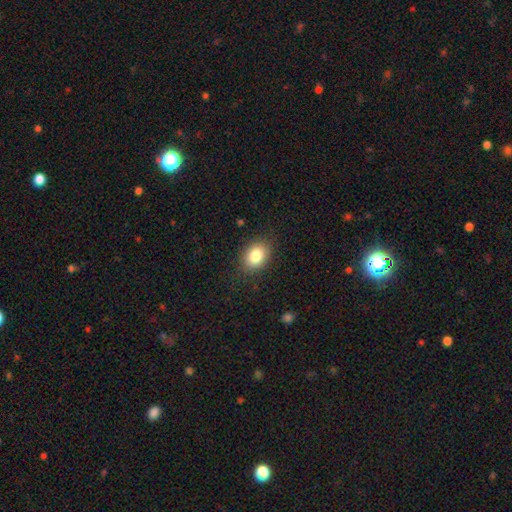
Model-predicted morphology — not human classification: smooth-or-featured: smooth: 83% | star or artifact: 9% | featured or disk: 8%
  how-rounded: in between: 72% | round: 27% | cigar-shaped: 1%
  merging: none: 85% | minor disturbance: 11% | major disturbance: 3% | merger: 1%